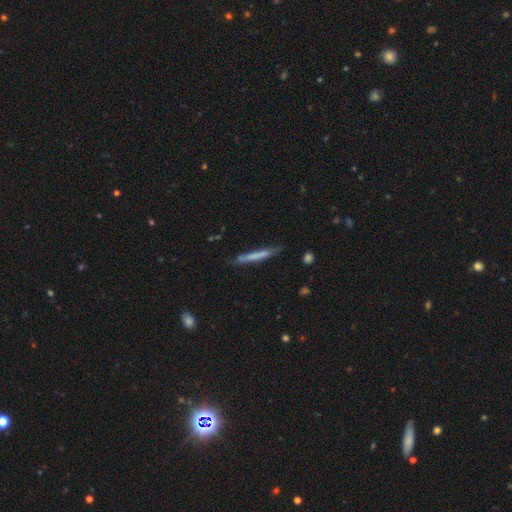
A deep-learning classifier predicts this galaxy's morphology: This is possibly a smooth galaxy (59%). How rounded: clearly cigar-shaped (96%). Merging: likely none (77%).